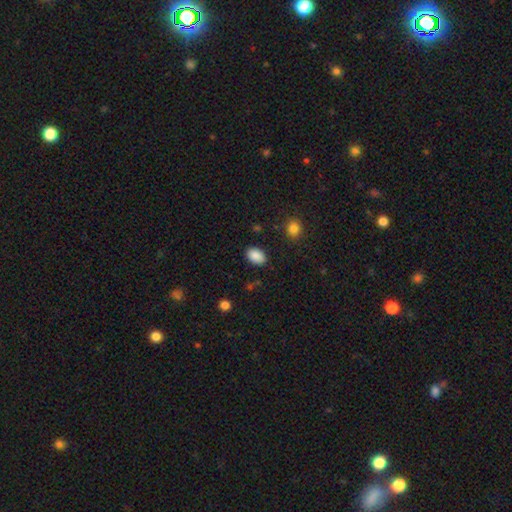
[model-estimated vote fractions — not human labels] A smooth galaxy with no disk features (88%) that is in between round and cigar-shaped (85%). Merging: none (86%).